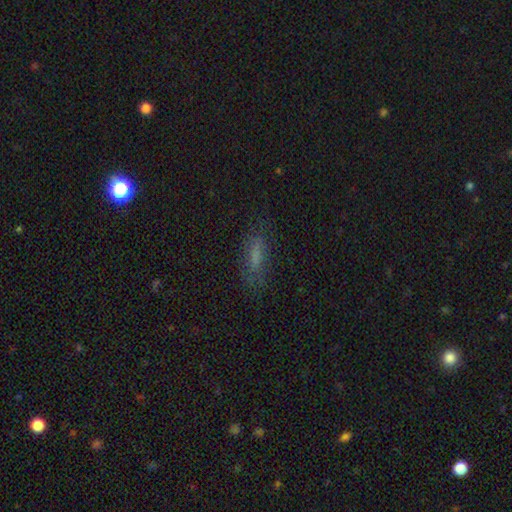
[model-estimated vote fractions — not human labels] Smooth or featured?
  - smooth: 61% *
  - featured or disk: 21%
  - star or artifact: 18%
How rounded?
  - in between: 49% *
  - cigar-shaped: 47%
  - round: 4%
Merging?
  - none: 70% *
  - minor disturbance: 19%
  - major disturbance: 9%
  - merger: 2%